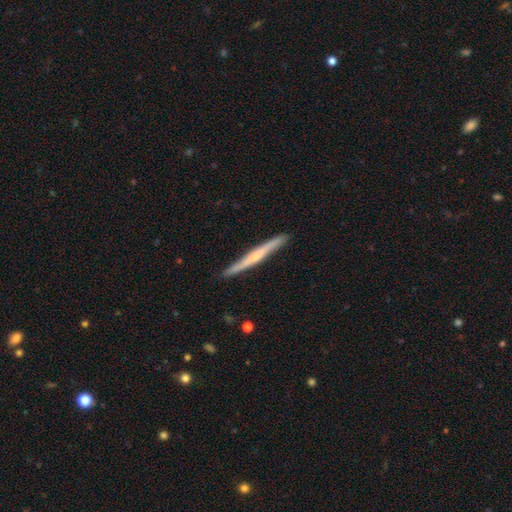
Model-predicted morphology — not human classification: Q: Smooth or featured?
A: featured or disk (59%); runner-up: smooth (35%)
Q: Edge-on disk?
A: yes (96%); runner-up: no (4%)
Q: Edge-on bulge?
A: none (48%); runner-up: rounded (41%)
Q: Merging?
A: none (90%); runner-up: minor disturbance (8%)